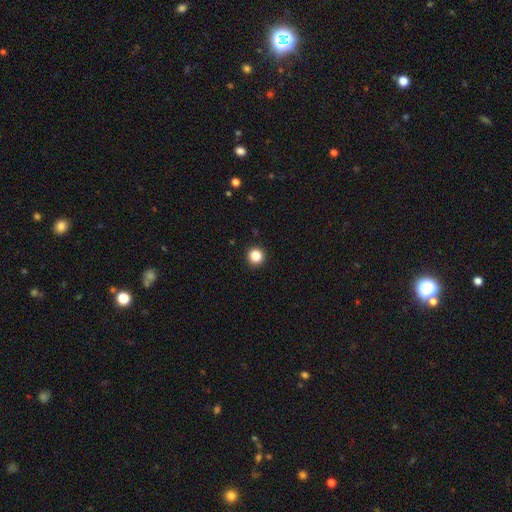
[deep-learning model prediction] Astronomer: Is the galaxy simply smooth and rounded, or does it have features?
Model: smooth — 87%.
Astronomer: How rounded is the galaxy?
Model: round — 95%.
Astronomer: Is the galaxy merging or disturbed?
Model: none — 93%.